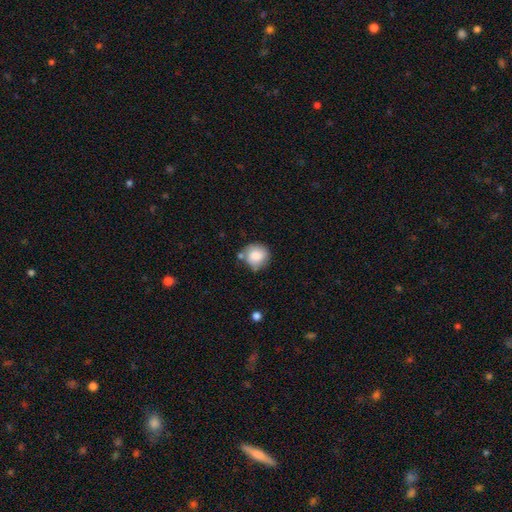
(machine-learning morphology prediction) A smooth galaxy with no disk features (82%) that is round (86%).

Vote fractions:
- Smooth or featured? smooth: 82% / featured or disk: 11% / star or artifact: 8%
- How rounded? round: 86% / in between: 13% / cigar-shaped: 1%
- Merging? none: 62% / minor disturbance: 22% / merger: 11% / major disturbance: 5%